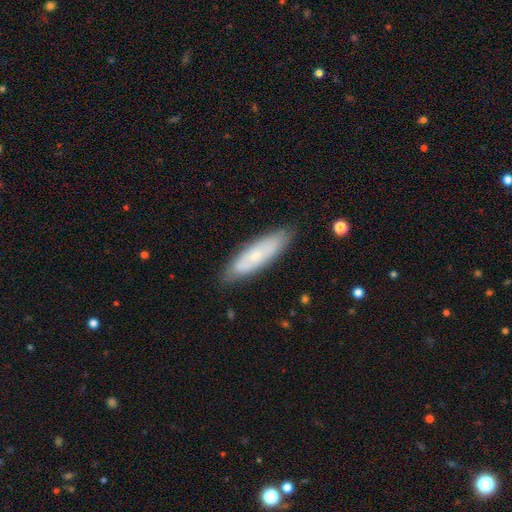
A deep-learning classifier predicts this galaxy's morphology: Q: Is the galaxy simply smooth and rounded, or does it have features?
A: smooth — 57%.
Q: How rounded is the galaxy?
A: cigar-shaped — 59%.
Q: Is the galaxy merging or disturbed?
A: none — 82%.